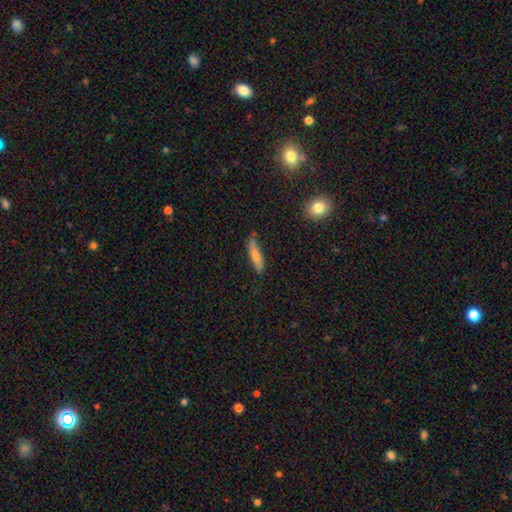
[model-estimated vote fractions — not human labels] smooth_or_featured: smooth (p=0.76) [alt: featured or disk p=0.17]
how_rounded: cigar-shaped (p=0.77) [alt: in between p=0.21]
merging: none (p=0.66) [alt: minor disturbance p=0.25]